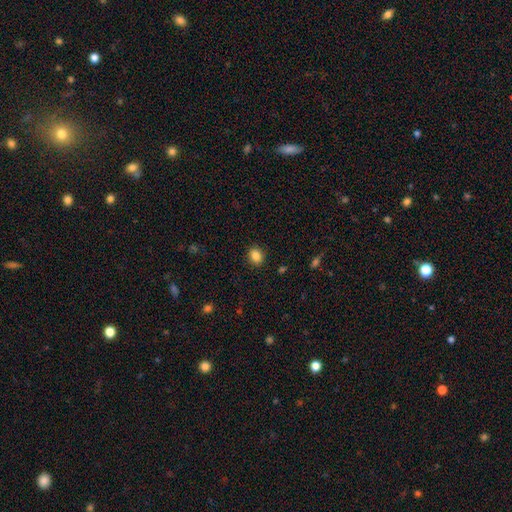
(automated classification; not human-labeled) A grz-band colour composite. It shows a smooth galaxy with no disk features (85%) that is in between round and cigar-shaped (51%). Merging: none (89%).